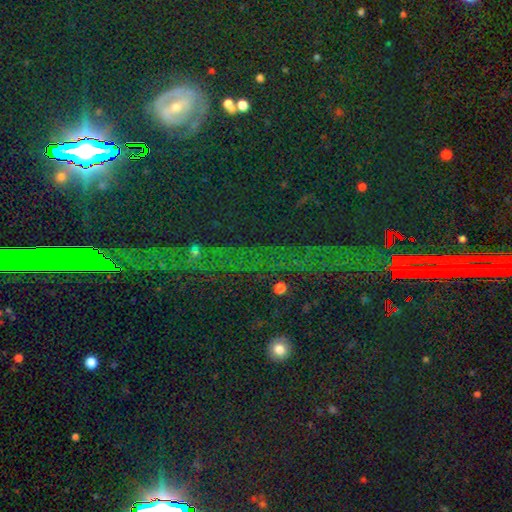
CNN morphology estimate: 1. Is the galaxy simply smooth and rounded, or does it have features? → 77% star or artifact, 13% smooth, 10% featured or disk.